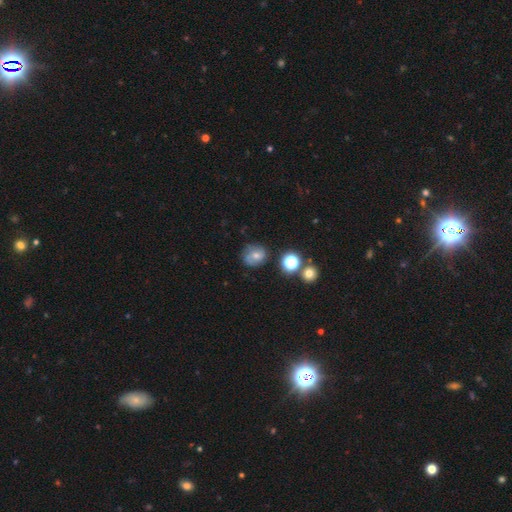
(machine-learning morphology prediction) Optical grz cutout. It shows a smooth galaxy with no disk features (45%). Merging: none (70%).